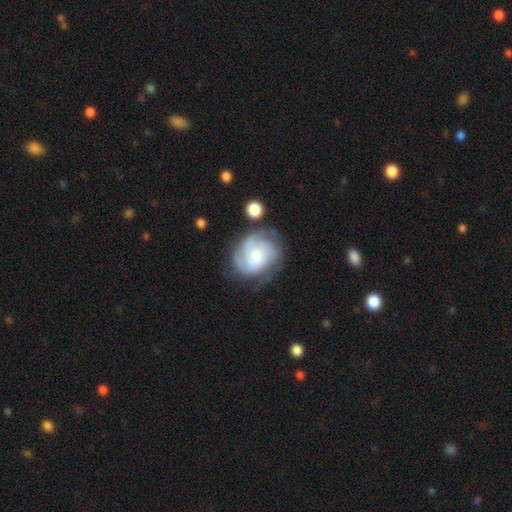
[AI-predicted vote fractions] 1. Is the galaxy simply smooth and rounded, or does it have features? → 67% featured or disk, 26% smooth, 7% star or artifact.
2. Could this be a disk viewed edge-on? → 98% no, 2% yes.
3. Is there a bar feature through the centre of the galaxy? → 72% no, 25% weak, 3% strong.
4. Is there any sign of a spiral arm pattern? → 90% yes, 10% no.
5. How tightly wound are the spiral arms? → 49% tight, 37% medium, 14% loose.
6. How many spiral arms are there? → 32% can't tell, 27% 3, 24% 2, 7% 4, 6% 1, 4% more than 4.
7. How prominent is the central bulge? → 50% small, 35% moderate, 8% large, 5% none, 2% dominant.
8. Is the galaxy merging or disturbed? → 56% none, 24% minor disturbance, 15% major disturbance, 6% merger.